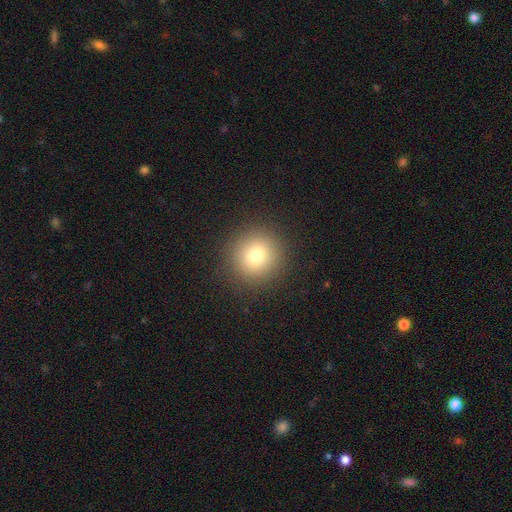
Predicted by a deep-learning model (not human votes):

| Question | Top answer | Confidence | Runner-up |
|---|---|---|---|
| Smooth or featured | smooth | 79% | star or artifact (13%) |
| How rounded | round | 93% | in between (6%) |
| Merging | none | 92% | minor disturbance (5%) |